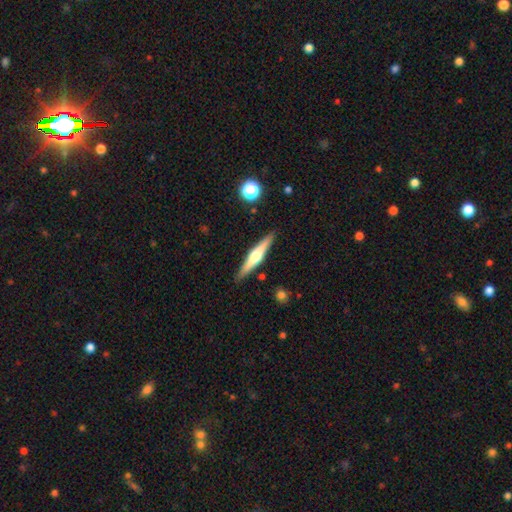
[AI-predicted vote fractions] smooth_or_featured: featured or disk (p=0.64) [alt: smooth p=0.30]
disk_edge_on: yes (p=0.97) [alt: no p=0.03]
edge_on_bulge: rounded (p=0.90) [alt: boxy p=0.06]
merging: none (p=0.89) [alt: minor disturbance p=0.07]